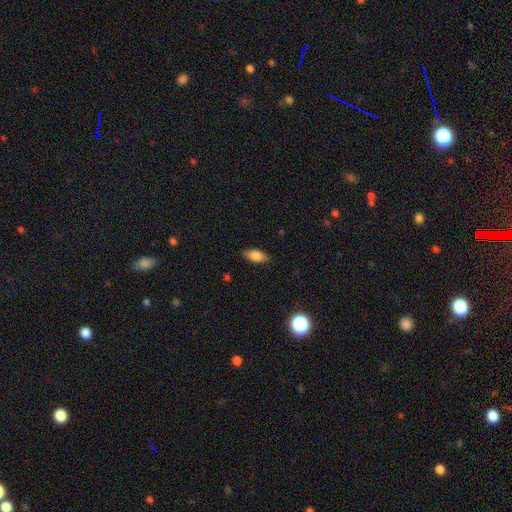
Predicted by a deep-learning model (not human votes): This is clearly a smooth galaxy (81%). How rounded: clearly in between (85%). Merging: clearly none (85%).